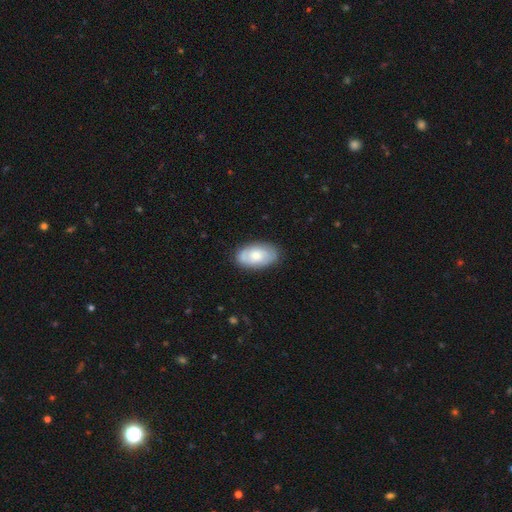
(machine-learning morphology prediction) This appears to be a smooth galaxy with no disk features (55%) that is in between round and cigar-shaped (93%). Merging: none (79%).